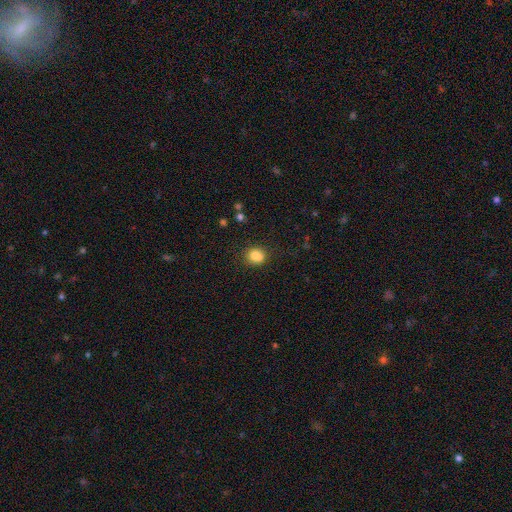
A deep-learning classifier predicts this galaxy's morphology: Smooth or featured?
  - smooth: 82% *
  - star or artifact: 11%
  - featured or disk: 7%
How rounded?
  - round: 69% *
  - in between: 30%
  - cigar-shaped: 1%
Merging?
  - none: 72% *
  - minor disturbance: 16%
  - merger: 8%
  - major disturbance: 4%